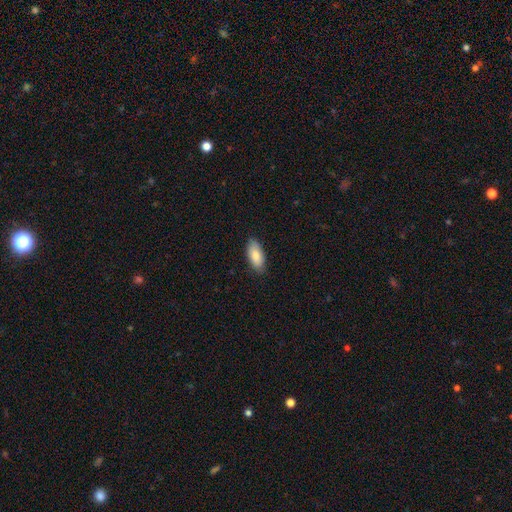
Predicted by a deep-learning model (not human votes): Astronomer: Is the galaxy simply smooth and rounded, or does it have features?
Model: smooth — 86%.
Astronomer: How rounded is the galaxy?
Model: in between — 87%.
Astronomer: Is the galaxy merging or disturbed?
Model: none — 85%.